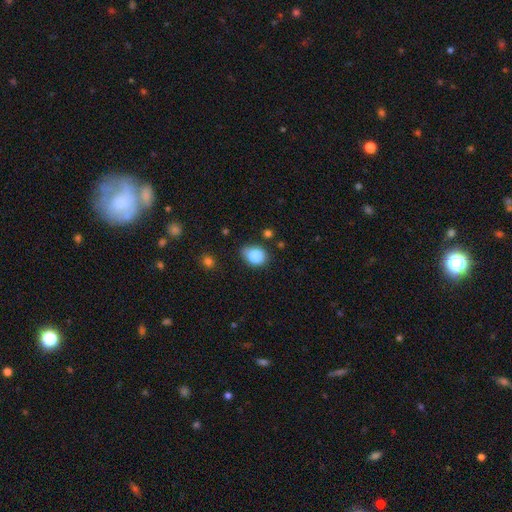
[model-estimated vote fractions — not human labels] Overall: smooth (83%). How rounded: in between (51%; round 48%). Merging: none (71%).